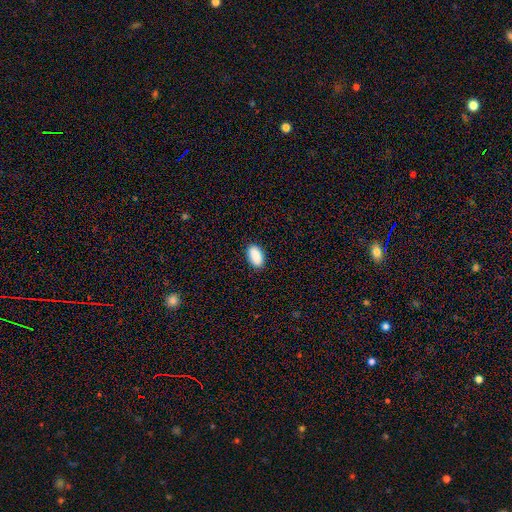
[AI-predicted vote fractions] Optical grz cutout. It shows a smooth galaxy with no disk features (91%) that is in between round and cigar-shaped (95%). Merging: none (89%).